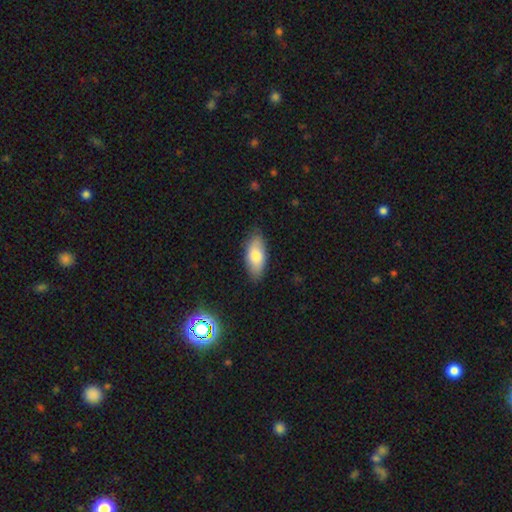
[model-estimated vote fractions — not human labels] Overall: smooth (76%). How rounded: in between (88%). Merging: none (83%).